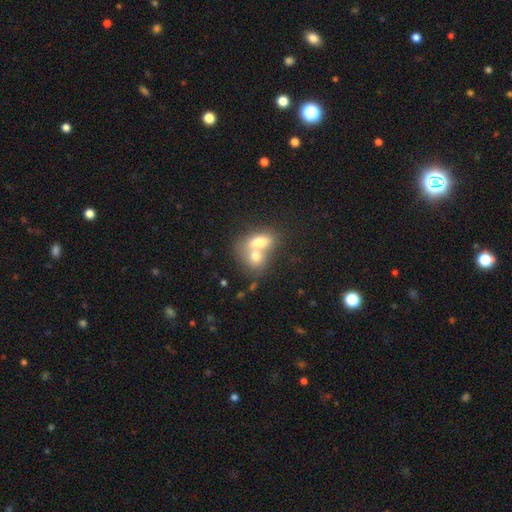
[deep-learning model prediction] smooth-or-featured: smooth: 70% | featured or disk: 22% | star or artifact: 8%
  how-rounded: in between: 68% | round: 30% | cigar-shaped: 3%
  merging: merger: 74% | none: 17% | minor disturbance: 5% | major disturbance: 3%